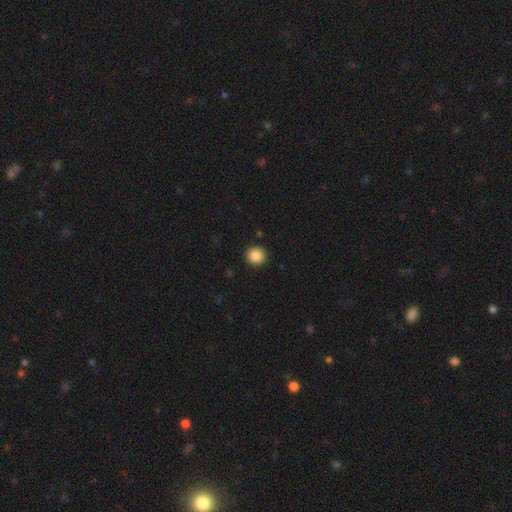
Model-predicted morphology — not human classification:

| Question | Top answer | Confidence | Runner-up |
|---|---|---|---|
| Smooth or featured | smooth | 87% | star or artifact (9%) |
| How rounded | round | 91% | in between (8%) |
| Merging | none | 93% | minor disturbance (5%) |